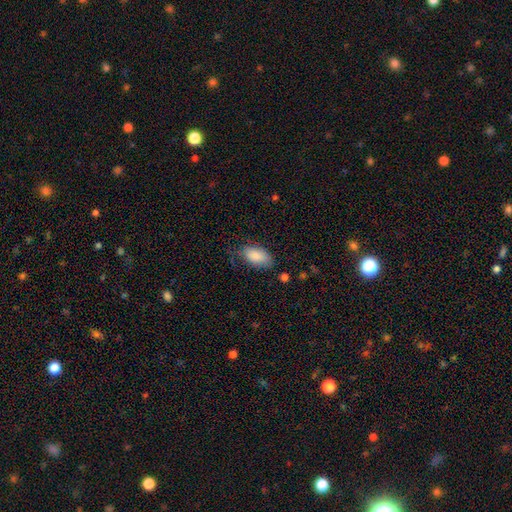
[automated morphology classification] smooth_or_featured: smooth (p=0.86) [alt: featured or disk p=0.08]
how_rounded: in between (p=0.94) [alt: cigar-shaped p=0.03]
merging: none (p=0.65) [alt: minor disturbance p=0.26]